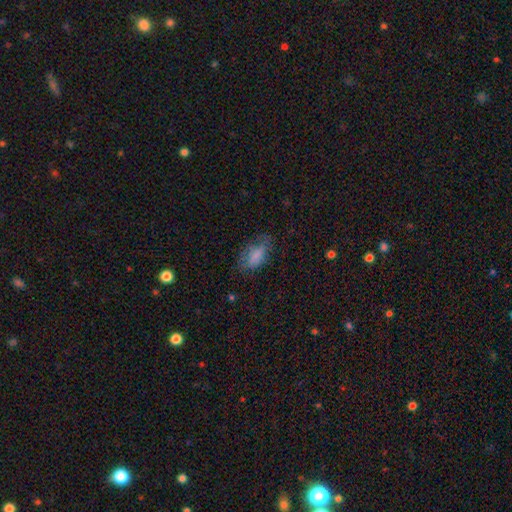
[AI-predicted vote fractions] This is likely a smooth galaxy (72%). How rounded: clearly in between (89%). Merging: possibly none (54%).